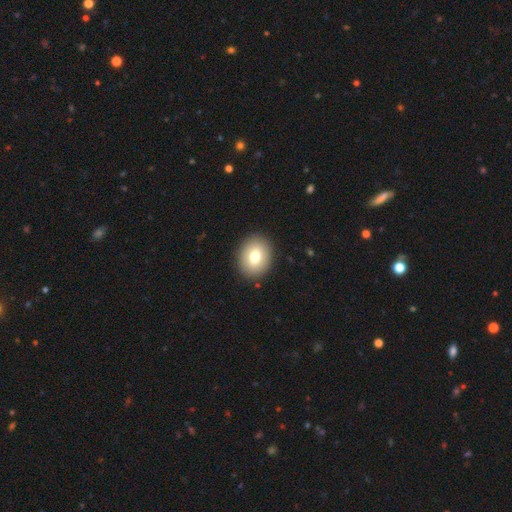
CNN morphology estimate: Smooth or featured? Predicted: smooth (p=0.75). How rounded? Predicted: round (p=0.58). Merging? Predicted: none (p=0.92).